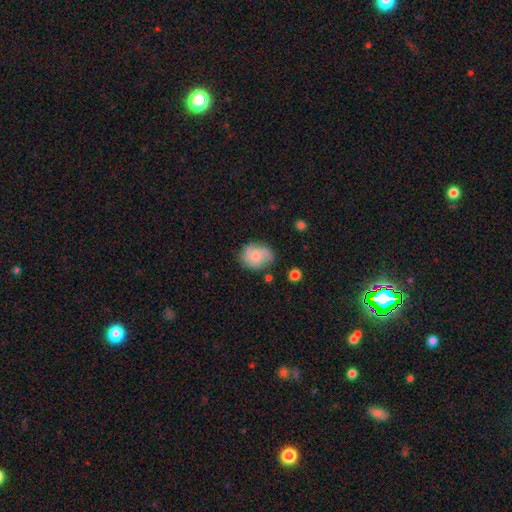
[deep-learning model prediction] Overall: featured or disk (52%; smooth 40%). Edge-on disk: no (98%). Bar: no (75%). Spiral arms: yes (89%). Bulge size: small (56%; moderate 25%). Merging: none (67%).